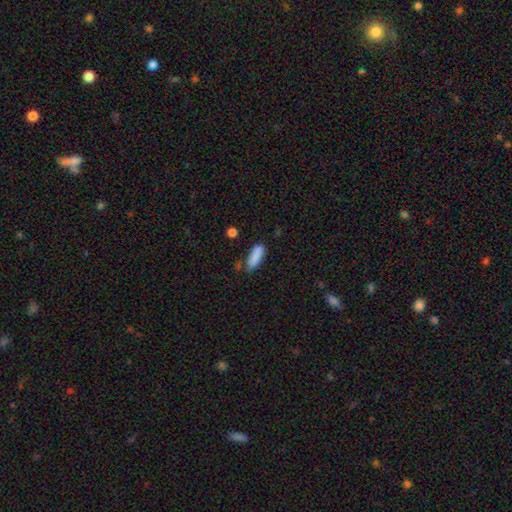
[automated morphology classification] Smooth or featured?
  - smooth: 86% *
  - star or artifact: 7%
  - featured or disk: 7%
How rounded?
  - in between: 56% *
  - cigar-shaped: 42%
  - round: 2%
Merging?
  - none: 65% *
  - minor disturbance: 24%
  - major disturbance: 6%
  - merger: 5%